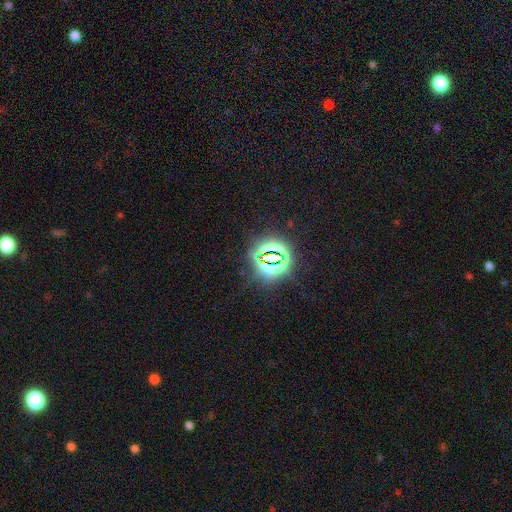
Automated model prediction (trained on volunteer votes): A star or artifact, not a galaxy (81%).

Vote fractions:
- Smooth or featured? star or artifact: 81% / smooth: 12% / featured or disk: 7%